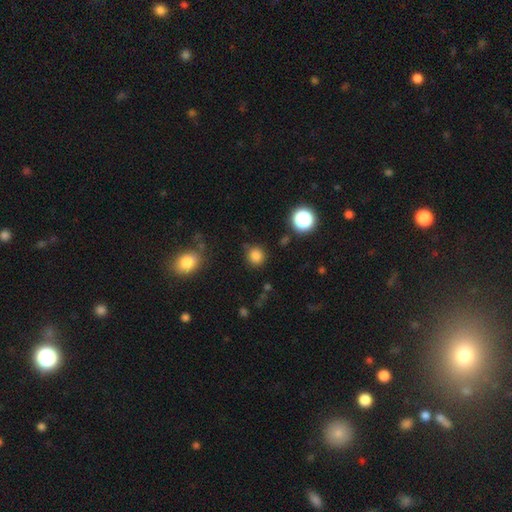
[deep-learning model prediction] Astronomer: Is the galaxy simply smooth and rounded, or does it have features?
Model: smooth — 83%.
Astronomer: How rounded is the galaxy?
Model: round — 90%.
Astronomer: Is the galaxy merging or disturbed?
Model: none — 85%.